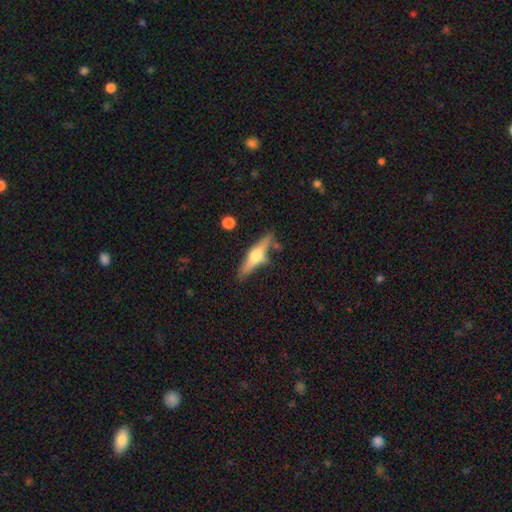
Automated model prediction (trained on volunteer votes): Smooth or featured?
  - featured or disk: 58% *
  - smooth: 36%
  - star or artifact: 6%
Edge-on disk?
  - yes: 94% *
  - no: 6%
Edge-on bulge?
  - rounded: 93% *
  - boxy: 4%
  - none: 3%
Merging?
  - none: 76% *
  - minor disturbance: 15%
  - merger: 6%
  - major disturbance: 4%